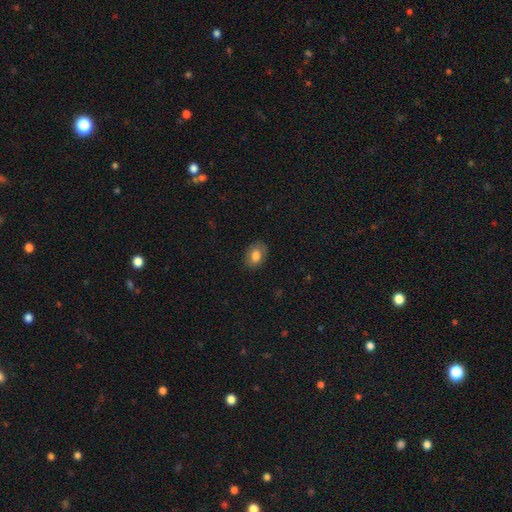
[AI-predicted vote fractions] A smooth galaxy with no disk features (76%) that is in between round and cigar-shaped (76%).

Vote fractions:
- Smooth or featured? smooth: 76% / featured or disk: 16% / star or artifact: 8%
- How rounded? in between: 76% / round: 23% / cigar-shaped: 1%
- Merging? none: 81% / minor disturbance: 14% / major disturbance: 4% / merger: 1%